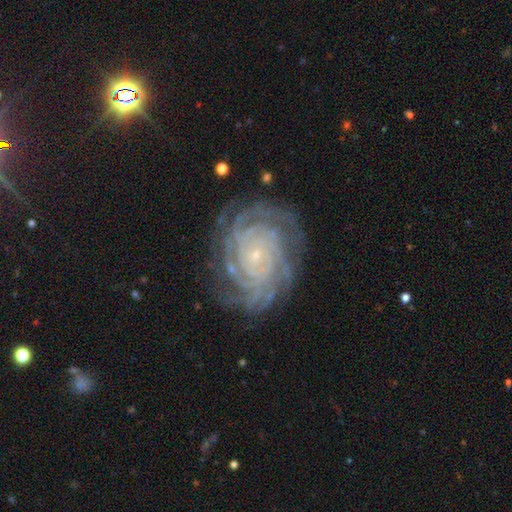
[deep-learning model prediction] Q: Smooth or featured?
A: featured or disk (89%); runner-up: star or artifact (6%)
Q: Edge-on disk?
A: no (97%); runner-up: yes (3%)
Q: Bar?
A: no (80%); runner-up: weak (14%)
Q: Spiral arms?
A: yes (98%); runner-up: no (2%)
Q: Spiral winding?
A: tight (85%); runner-up: medium (13%)
Q: Spiral arm count?
A: more than 4 (27%); runner-up: 4 (26%)
Q: Bulge size?
A: small (88%); runner-up: moderate (8%)
Q: Merging?
A: none (79%); runner-up: minor disturbance (14%)